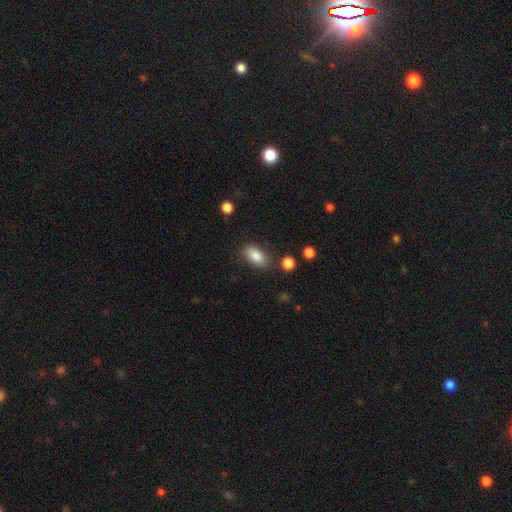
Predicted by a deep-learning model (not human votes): A smooth galaxy with no disk features (85%) that is in between round and cigar-shaped (89%).

Vote fractions:
- Smooth or featured? smooth: 85% / star or artifact: 8% / featured or disk: 7%
- How rounded? in between: 89% / cigar-shaped: 5% / round: 5%
- Merging? none: 80% / minor disturbance: 13% / major disturbance: 4% / merger: 4%